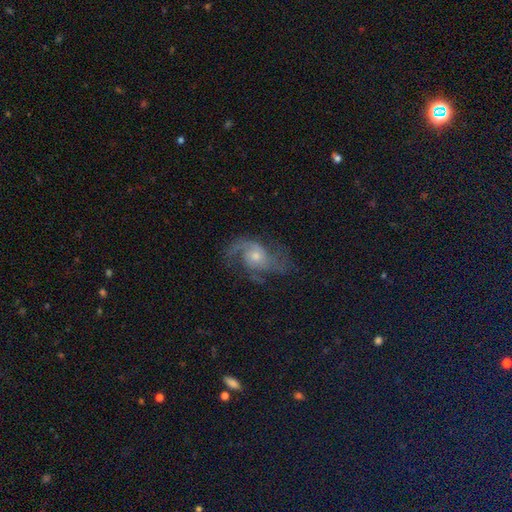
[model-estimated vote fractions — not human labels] Overall: featured or disk (84%). Edge-on disk: no (97%). Bar: no (72%). Spiral arms: yes (96%). Spiral arm count: 2 (50%; 3 23%). Spiral winding: medium (50%; loose 29%). Bulge size: moderate (47%; small 46%). Merging: none (65%).